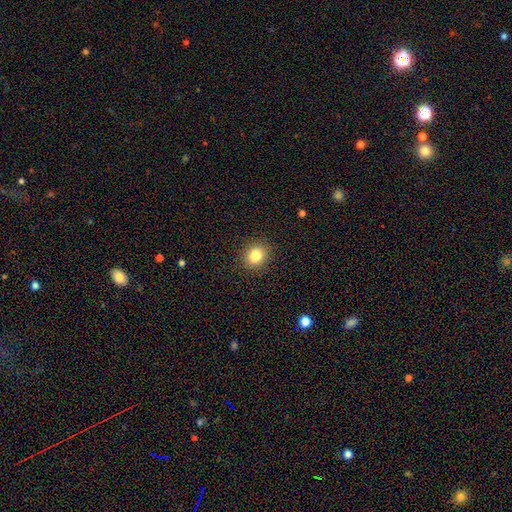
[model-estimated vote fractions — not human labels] This appears to be a smooth galaxy with no disk features (83%) that is round (77%). Merging: none (90%).